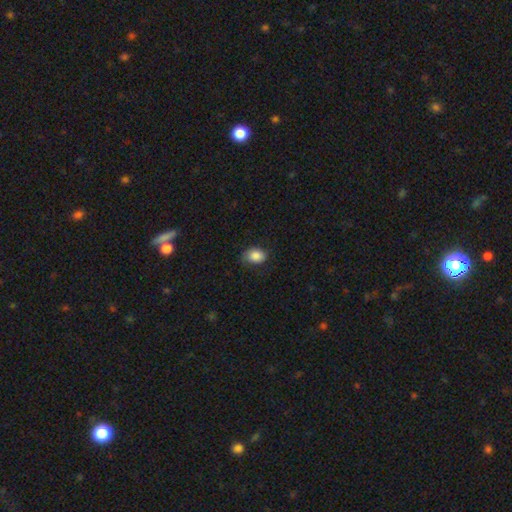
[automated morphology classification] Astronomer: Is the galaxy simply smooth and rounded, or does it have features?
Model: smooth — 87%.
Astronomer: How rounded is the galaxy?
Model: in between — 74%.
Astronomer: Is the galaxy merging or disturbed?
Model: none — 75%.